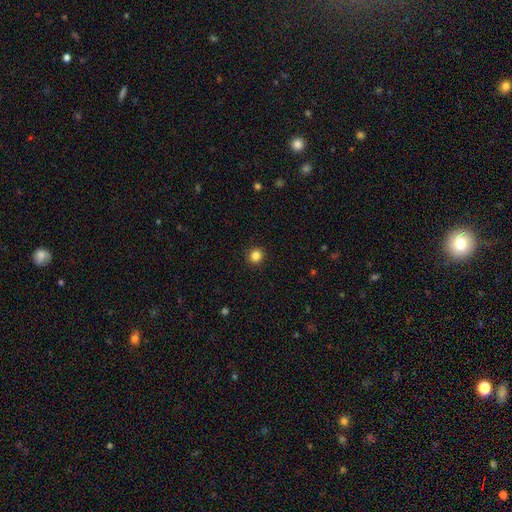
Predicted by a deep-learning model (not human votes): A smooth galaxy with no disk features (84%) that is round (91%). Merging: none (92%).